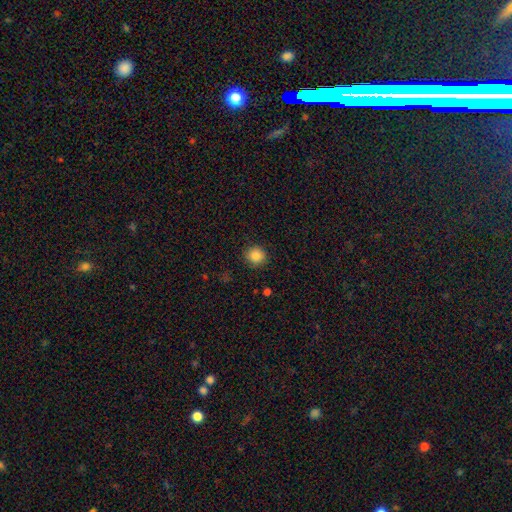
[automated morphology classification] smooth 85%, star or artifact 10%, featured or disk 5%. Down the decision tree: how rounded — round (92%); merging — none (90%).